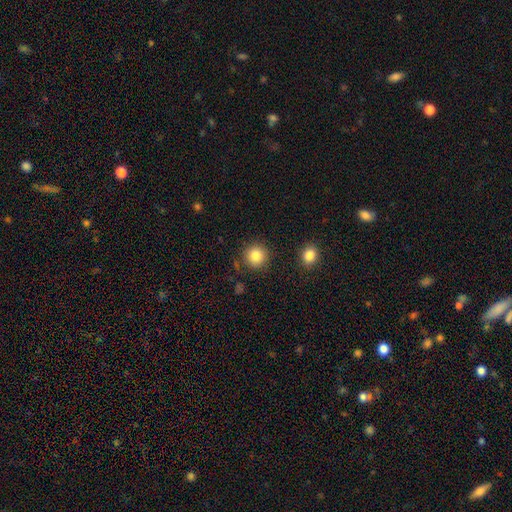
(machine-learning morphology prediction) Smooth or featured? Predicted: smooth (p=0.84). How rounded? Predicted: round (p=0.92). Merging? Predicted: none (p=0.87).